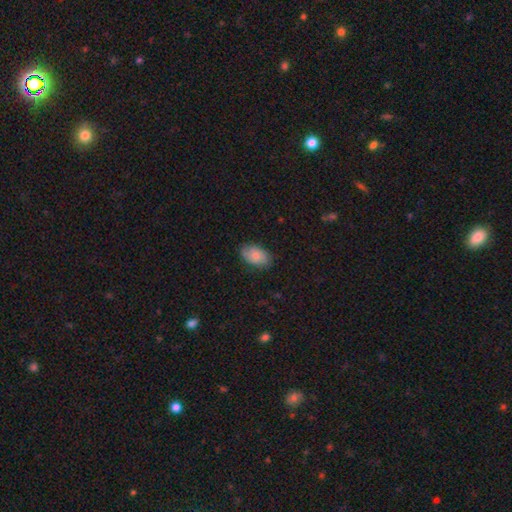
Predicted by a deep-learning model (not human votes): Smooth or featured? smooth (77%)
How rounded? in between (93%)
Merging? none (81%)